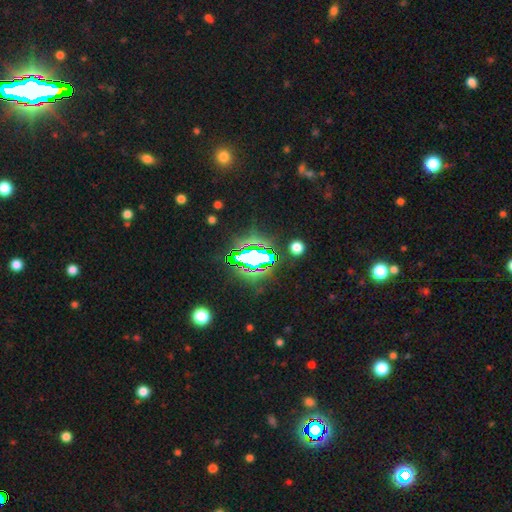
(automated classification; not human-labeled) Morphology: type=star or artifact (76%).